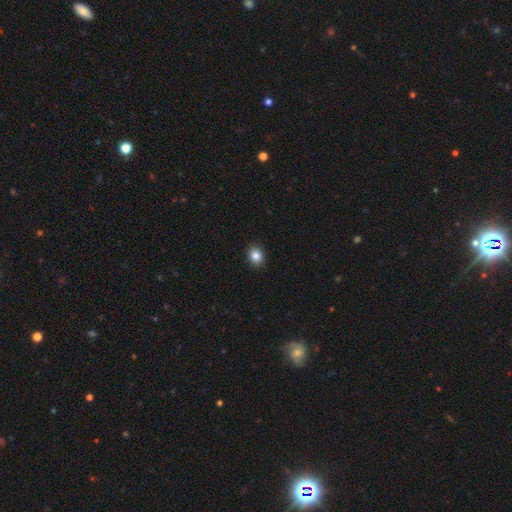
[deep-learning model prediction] A smooth galaxy with no disk features (85%) that is round (56%).

Vote fractions:
- Smooth or featured? smooth: 85% / star or artifact: 10% / featured or disk: 5%
- How rounded? round: 56% / in between: 43% / cigar-shaped: 1%
- Merging? none: 91% / minor disturbance: 7% / major disturbance: 2% / merger: 1%